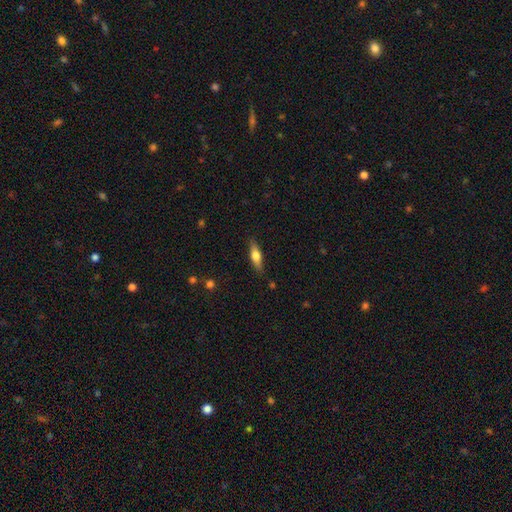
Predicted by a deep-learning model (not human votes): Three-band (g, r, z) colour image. It shows a smooth galaxy with no disk features (54%) that is cigar-shaped (54%). Merging: none (86%).